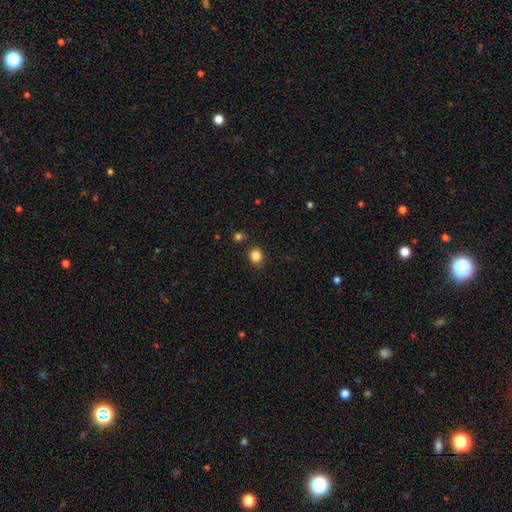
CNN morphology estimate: Smooth or featured: smooth — 85% (star or artifact — 11%)
How rounded: round — 78% (in between — 21%)
Merging: none — 84% (minor disturbance — 9%)